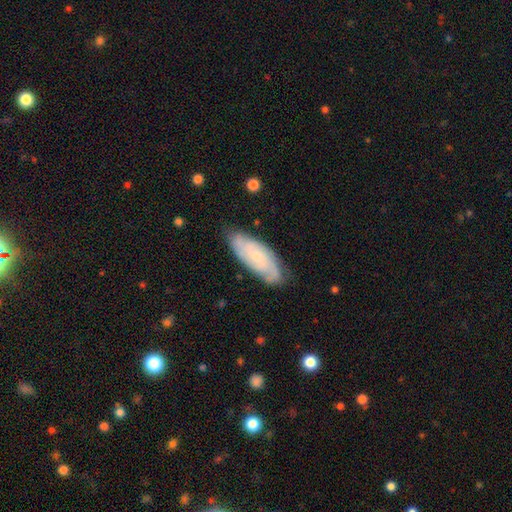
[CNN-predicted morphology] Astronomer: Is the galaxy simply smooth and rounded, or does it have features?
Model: featured or disk — 67%.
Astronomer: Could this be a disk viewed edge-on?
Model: no — 90%.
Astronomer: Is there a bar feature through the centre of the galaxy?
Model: no — 71%.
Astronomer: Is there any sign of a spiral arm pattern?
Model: yes — 92%.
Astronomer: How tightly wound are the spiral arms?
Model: tight — 58%.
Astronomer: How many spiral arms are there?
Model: can't tell — 37% (runner-up: 2, 34%).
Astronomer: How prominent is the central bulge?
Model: small — 72%.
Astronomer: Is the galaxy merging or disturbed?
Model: none — 76%.